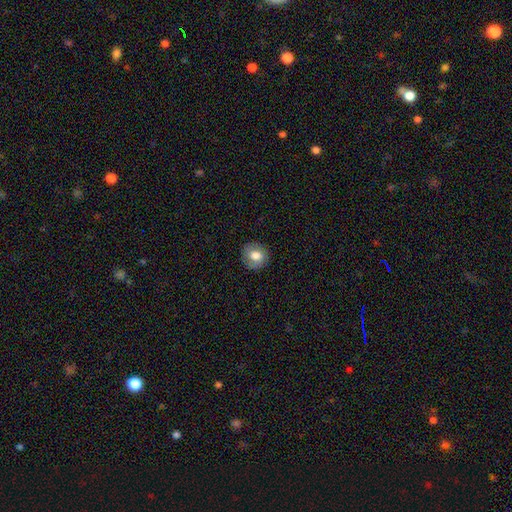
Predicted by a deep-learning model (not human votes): Smooth or featured? Predicted: smooth (p=0.72). How rounded? Predicted: round (p=0.83). Merging? Predicted: none (p=0.85).